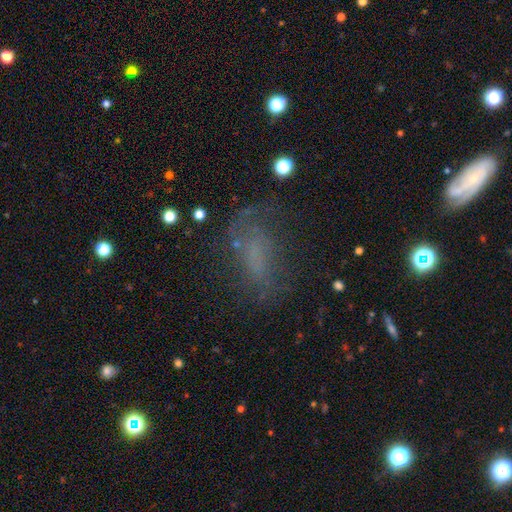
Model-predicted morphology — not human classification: Smooth or featured: smooth — 40% (featured or disk — 38%)
Merging: none — 51% (major disturbance — 24%)